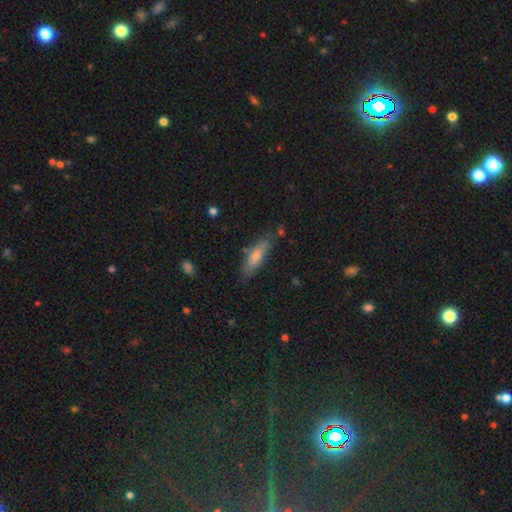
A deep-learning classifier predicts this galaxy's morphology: Smooth or featured? Predicted: smooth (p=0.64). How rounded? Predicted: cigar-shaped (p=0.63). Merging? Predicted: none (p=0.74).